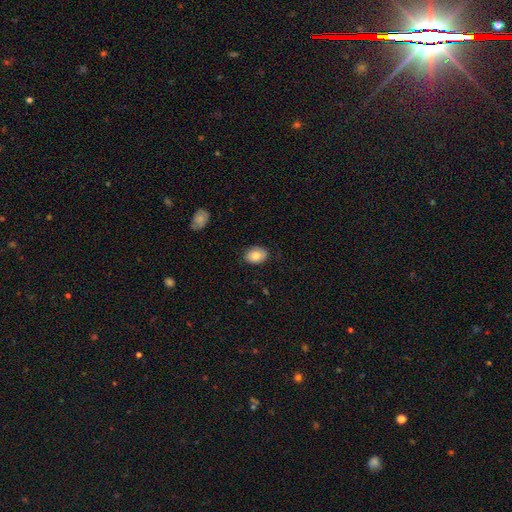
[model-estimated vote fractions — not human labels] This appears to be a smooth galaxy with no disk features (83%) that is in between round and cigar-shaped (79%). Merging: none (83%).